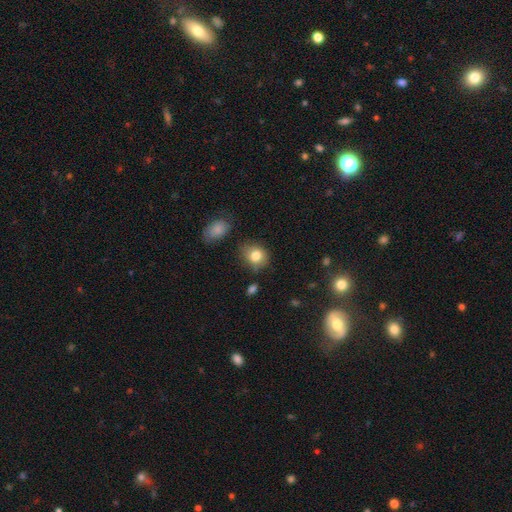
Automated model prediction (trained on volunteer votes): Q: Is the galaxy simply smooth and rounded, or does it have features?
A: smooth — 81%.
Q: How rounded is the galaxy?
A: round — 59%.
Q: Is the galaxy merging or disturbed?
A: none — 70%.